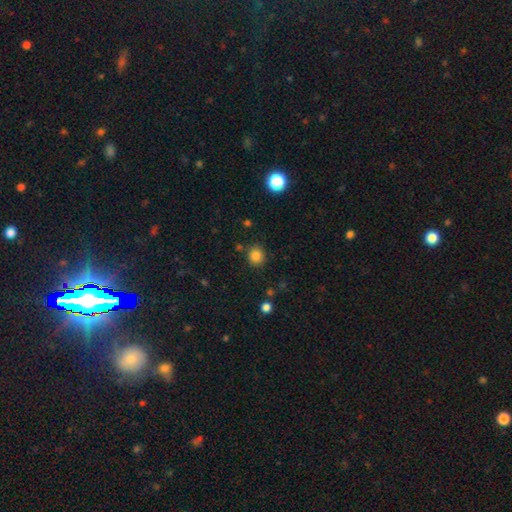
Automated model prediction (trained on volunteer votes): Morphology: type=smooth (84%); roundness=round (81%); merging=none (84%).